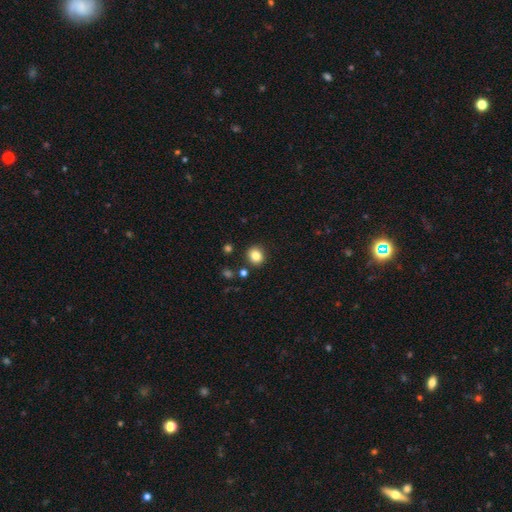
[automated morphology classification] Q: Smooth or featured?
A: smooth (84%); runner-up: star or artifact (11%)
Q: How rounded?
A: round (79%); runner-up: in between (20%)
Q: Merging?
A: none (88%); runner-up: minor disturbance (7%)